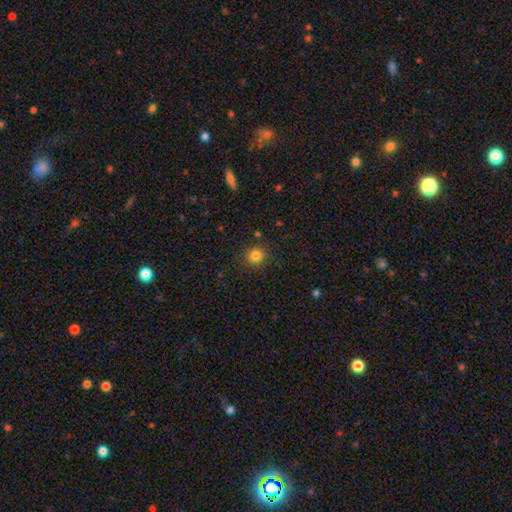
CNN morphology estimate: A smooth galaxy with no disk features (82%) that is round (92%). Merging: none (88%).